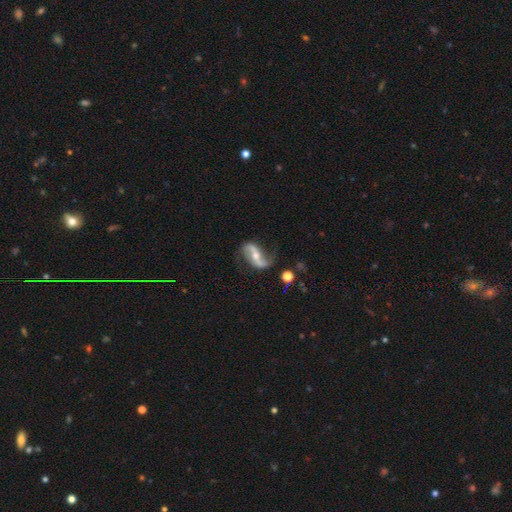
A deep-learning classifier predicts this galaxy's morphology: Smooth or featured: featured or disk — 87% (smooth — 8%)
Edge-on disk: no — 95% (yes — 5%)
Bar: strong — 46% (weak — 28%)
Spiral arms: yes — 94% (no — 6%)
Spiral winding: loose — 78% (medium — 17%)
Spiral arm count: 2 — 90% (1 — 5%)
Bulge size: moderate — 52% (small — 43%)
Merging: none — 68% (minor disturbance — 19%)